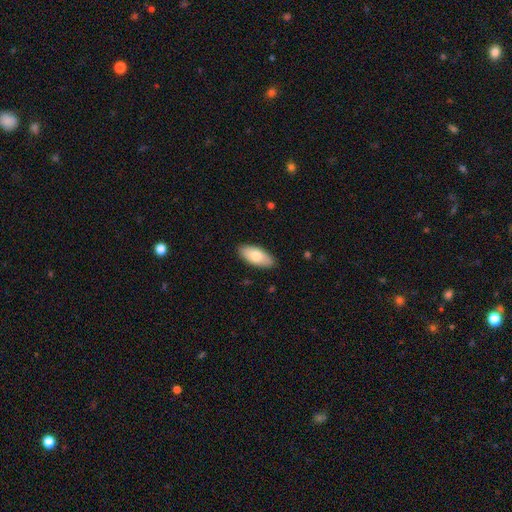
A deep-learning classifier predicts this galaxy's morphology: Smooth or featured? smooth (80%)
How rounded? in between (89%)
Merging? none (88%)